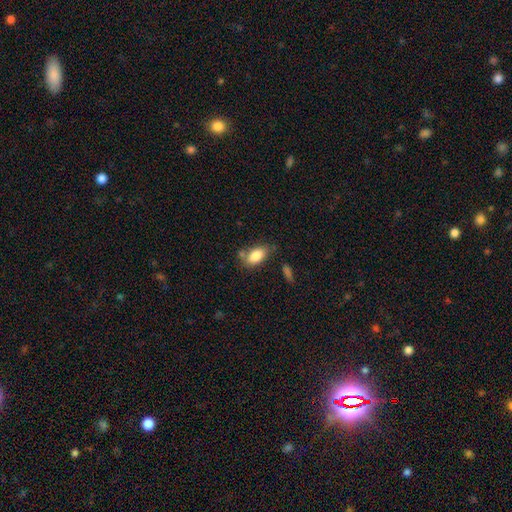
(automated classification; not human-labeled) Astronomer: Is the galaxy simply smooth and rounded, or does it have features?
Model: smooth — 84%.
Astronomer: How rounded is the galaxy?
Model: in between — 90%.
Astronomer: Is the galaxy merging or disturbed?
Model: none — 65%.